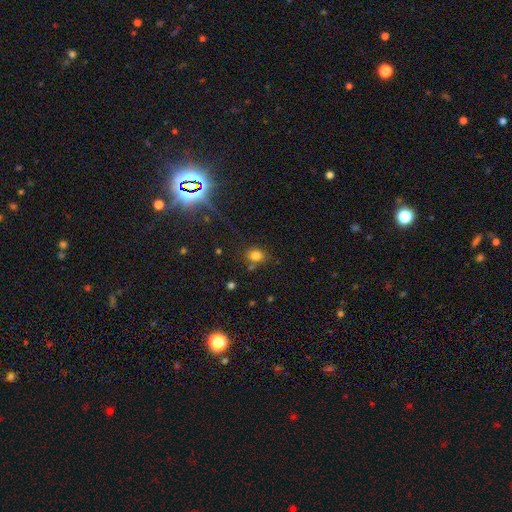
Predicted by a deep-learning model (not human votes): Smooth or featured? smooth (78%)
How rounded? round (57%)
Merging? none (72%)